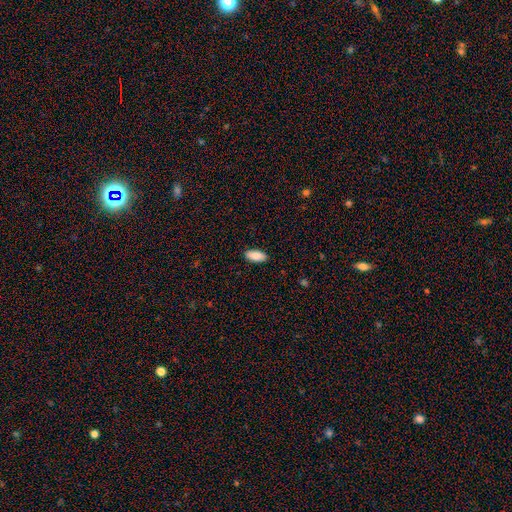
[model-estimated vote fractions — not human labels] Smooth or featured?
  - smooth: 88% *
  - star or artifact: 6%
  - featured or disk: 6%
How rounded?
  - in between: 90% *
  - cigar-shaped: 8%
  - round: 2%
Merging?
  - none: 89% *
  - minor disturbance: 8%
  - major disturbance: 2%
  - merger: 1%